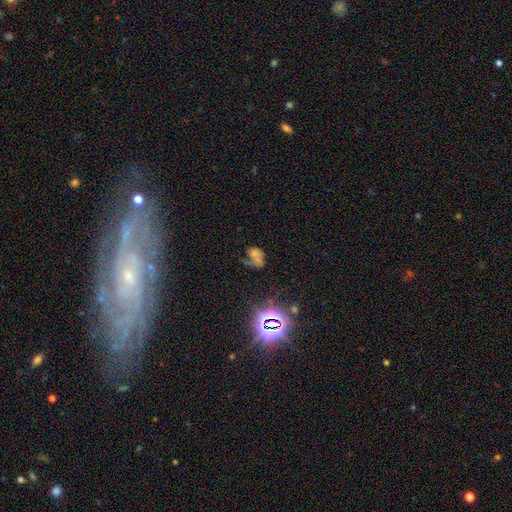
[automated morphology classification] type=smooth (45%); merging=major disturbance (34%).